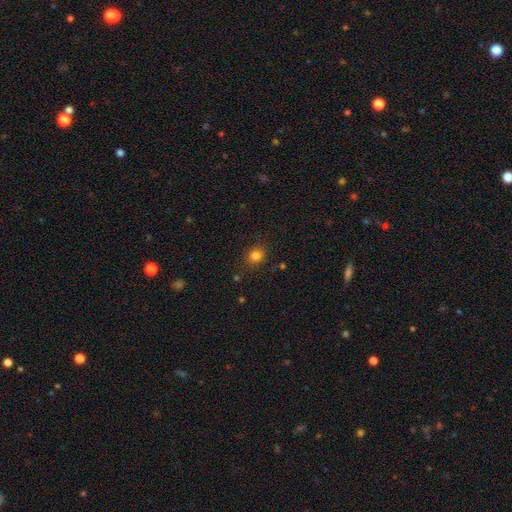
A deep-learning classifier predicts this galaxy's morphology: The model was most divided on "how rounded": round: 79%, in between: 20%, cigar-shaped: 1%. More confident: merging — none (85%); smooth or featured — smooth (82%).